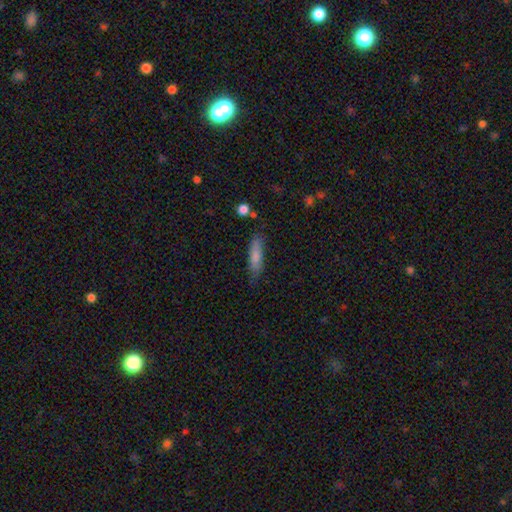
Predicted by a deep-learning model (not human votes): This is likely a smooth galaxy (79%). How rounded: likely cigar-shaped (67%). Merging: likely none (75%).